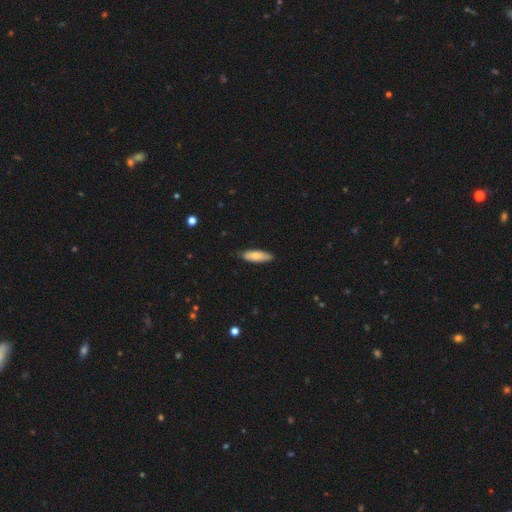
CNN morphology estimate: smooth_or_featured: smooth (p=0.80) [alt: featured or disk p=0.15]
how_rounded: in between (p=0.54) [alt: cigar-shaped p=0.44]
merging: none (p=0.83) [alt: minor disturbance p=0.14]